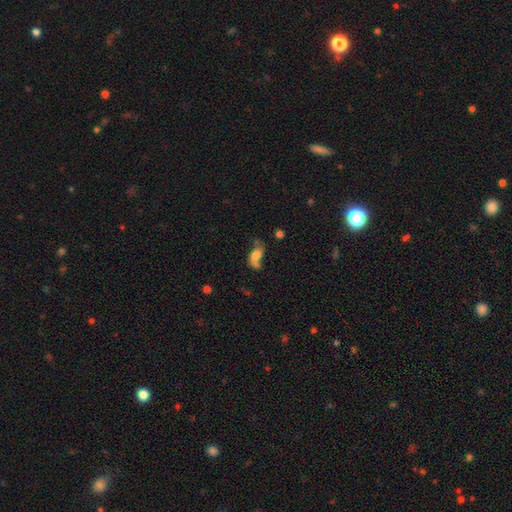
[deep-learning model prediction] Smooth or featured? Predicted: smooth (p=0.45). Merging? Predicted: none (p=0.39).